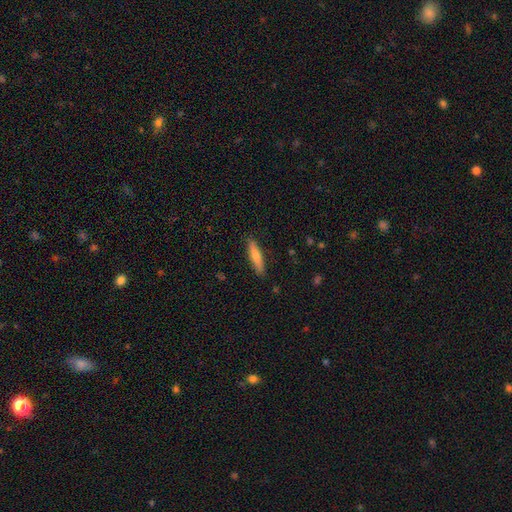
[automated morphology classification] This is likely a smooth galaxy (70%). How rounded: clearly cigar-shaped (81%). Merging: clearly none (88%).